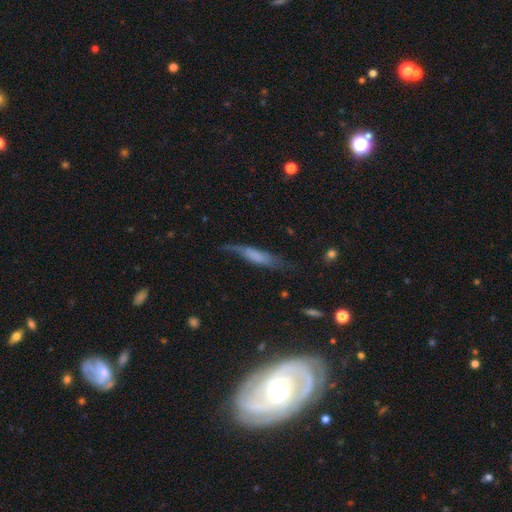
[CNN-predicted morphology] Q: Smooth or featured?
A: smooth (52%); runner-up: featured or disk (40%)
Q: How rounded?
A: cigar-shaped (73%); runner-up: in between (24%)
Q: Merging?
A: none (47%); runner-up: minor disturbance (31%)